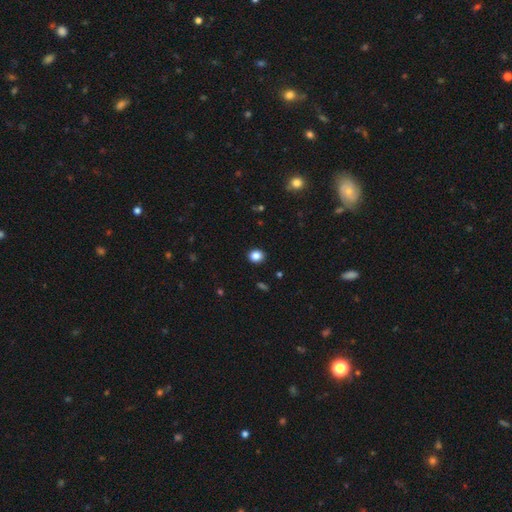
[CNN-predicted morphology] Overall: smooth (85%). How rounded: round (73%). Merging: none (92%).